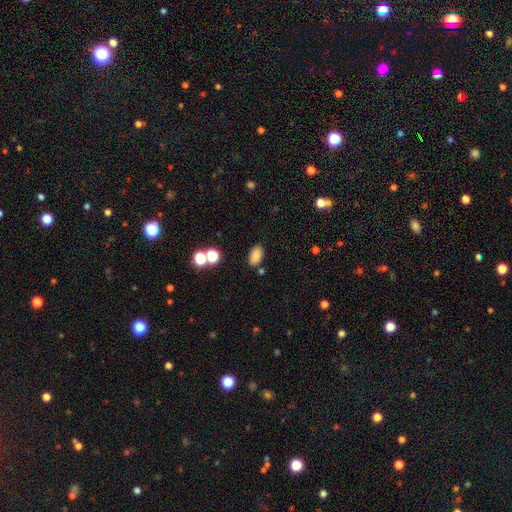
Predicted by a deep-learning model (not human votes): This appears to be a smooth galaxy with no disk features (83%) that is in between round and cigar-shaped (90%). Merging: none (81%).